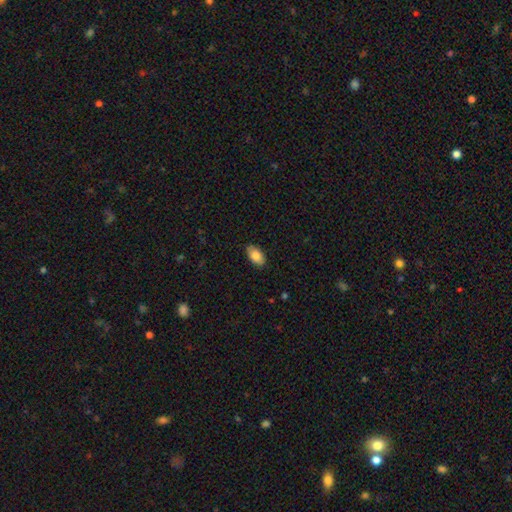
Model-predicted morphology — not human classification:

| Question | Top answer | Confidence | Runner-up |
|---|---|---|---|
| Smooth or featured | smooth | 82% | featured or disk (12%) |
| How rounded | in between | 93% | round (5%) |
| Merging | none | 84% | minor disturbance (13%) |